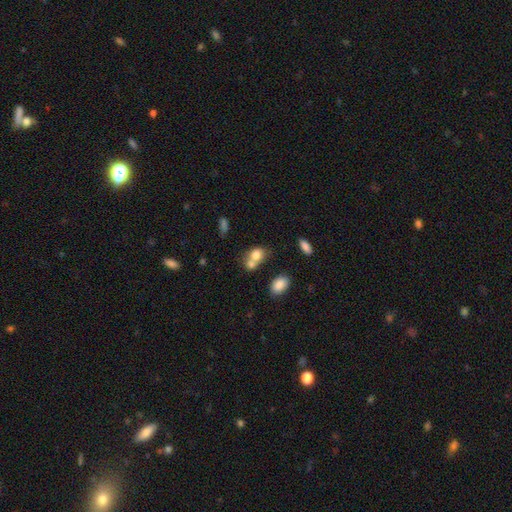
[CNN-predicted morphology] This appears to be a smooth galaxy with no disk features (75%) that is in between round and cigar-shaped (55%). Merging: merger (60%).